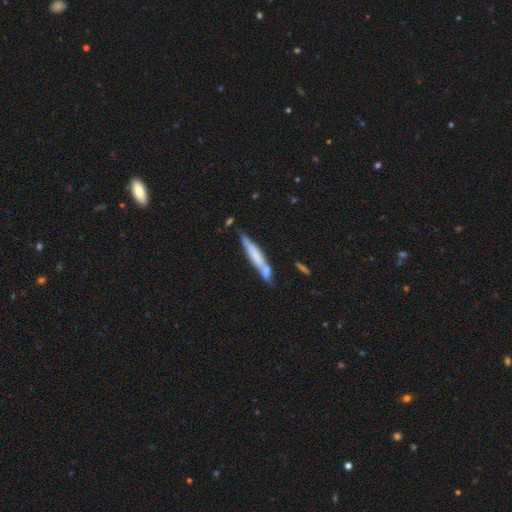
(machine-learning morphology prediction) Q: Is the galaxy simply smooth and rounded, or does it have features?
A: smooth — 54%.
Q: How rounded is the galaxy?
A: cigar-shaped — 91%.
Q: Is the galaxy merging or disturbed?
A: none — 53%.